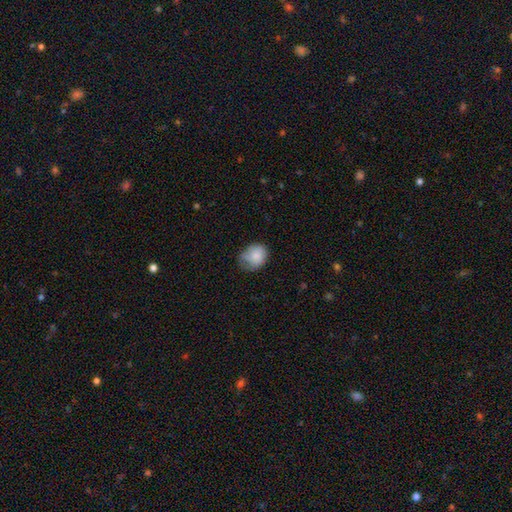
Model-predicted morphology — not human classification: Overall: smooth (82%). How rounded: in between (51%; round 48%). Merging: none (48%; minor disturbance 37%).